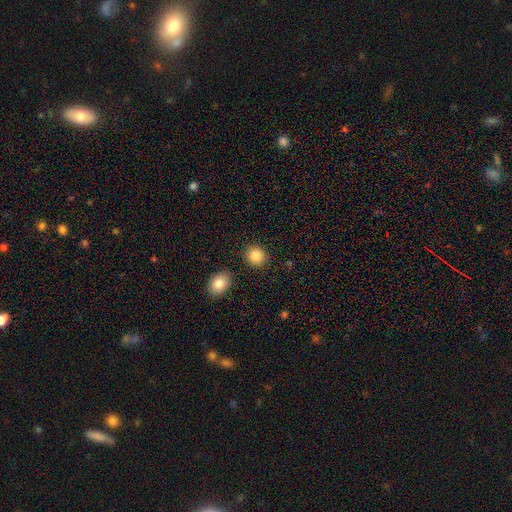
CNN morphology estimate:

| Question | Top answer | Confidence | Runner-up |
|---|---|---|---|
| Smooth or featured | smooth | 85% | star or artifact (9%) |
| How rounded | round | 85% | in between (14%) |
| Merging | none | 88% | minor disturbance (6%) |